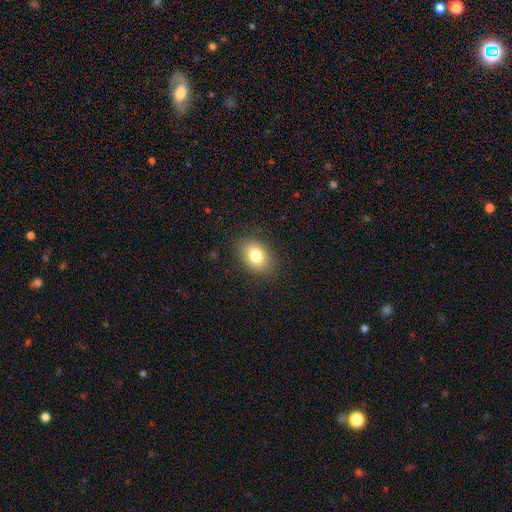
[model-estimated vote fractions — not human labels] This appears to be a smooth galaxy with no disk features (80%) that is in between round and cigar-shaped (79%). Merging: none (86%).